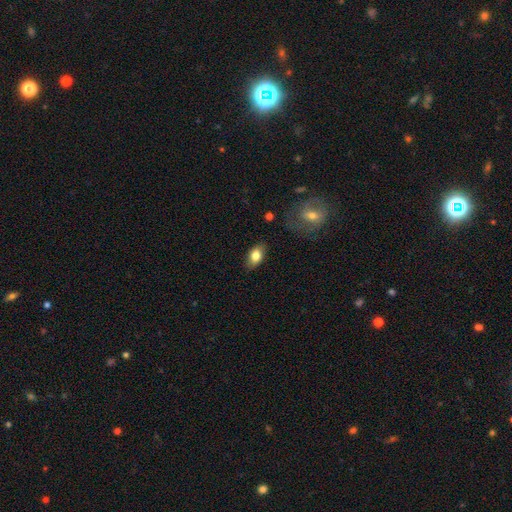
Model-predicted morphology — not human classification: Smooth or featured? Predicted: smooth (p=0.79). How rounded? Predicted: in between (p=0.89). Merging? Predicted: none (p=0.82).